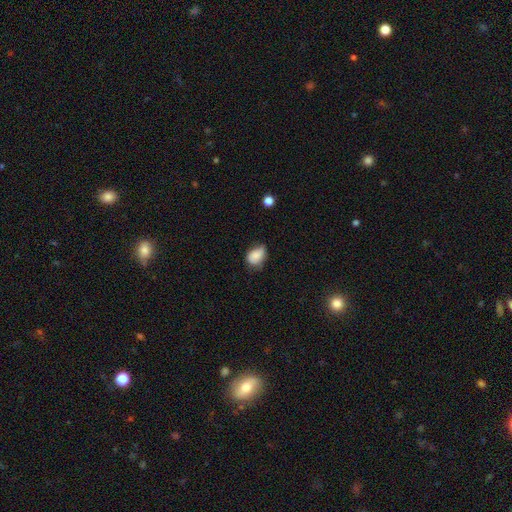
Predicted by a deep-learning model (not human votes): This appears to be a smooth galaxy with no disk features (83%) that is in between round and cigar-shaped (76%). Merging: none (46%).